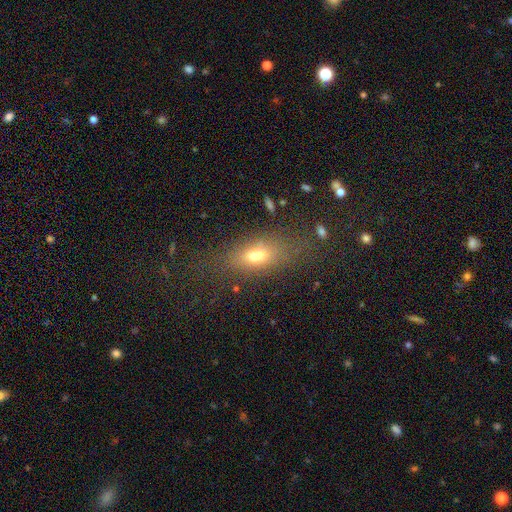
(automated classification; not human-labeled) smooth_or_featured: smooth (p=0.62) [alt: featured or disk p=0.21]
how_rounded: in between (p=0.72) [alt: cigar-shaped p=0.19]
merging: none (p=0.60) [alt: minor disturbance p=0.17]